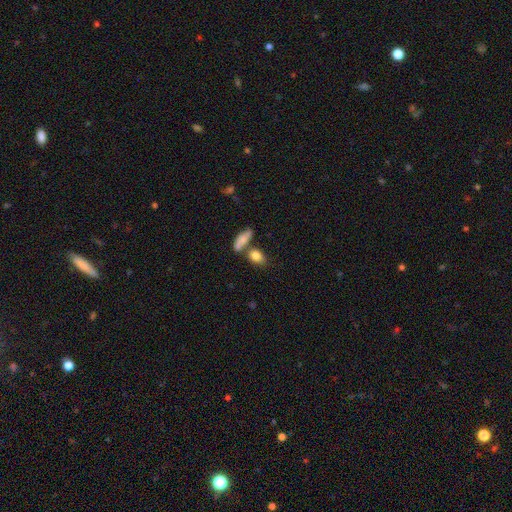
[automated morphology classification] Overall: smooth (82%). How rounded: in between (71%). Merging: none (54%; merger 28%).